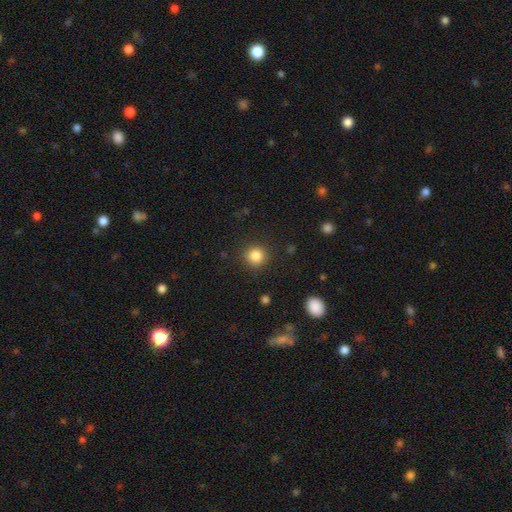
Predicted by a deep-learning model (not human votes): Smooth or featured: smooth — 85% (star or artifact — 11%)
How rounded: round — 92% (in between — 7%)
Merging: none — 89% (minor disturbance — 7%)